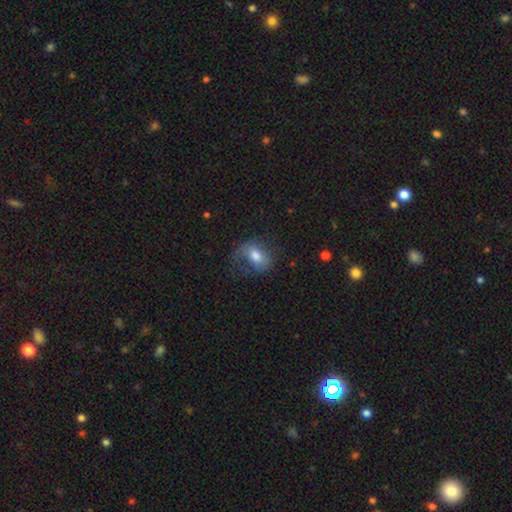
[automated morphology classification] The model was most divided on "merging": major disturbance: 38%, none: 35%, minor disturbance: 25%, merger: 2%. More confident: how rounded — in between (76%); smooth or featured — smooth (59%).